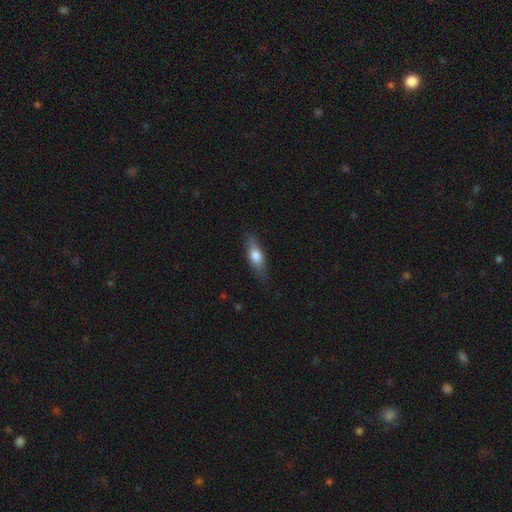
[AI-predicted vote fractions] smooth-or-featured: smooth: 70% | featured or disk: 24% | star or artifact: 6%
  how-rounded: in between: 63% | cigar-shaped: 34% | round: 4%
  merging: none: 78% | minor disturbance: 17% | major disturbance: 4% | merger: 1%